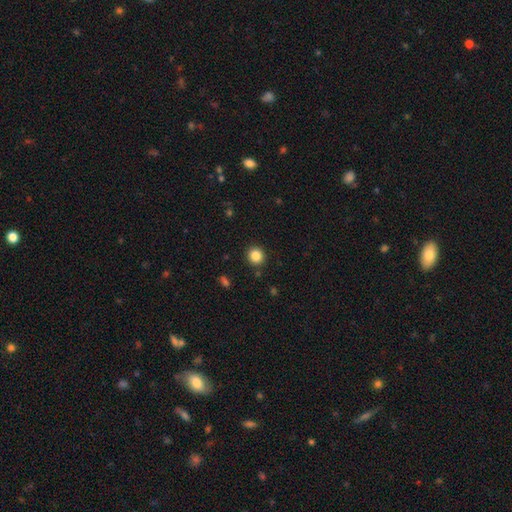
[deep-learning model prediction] The model was most divided on "smooth or featured": smooth: 85%, star or artifact: 11%, featured or disk: 4%. More confident: how rounded — round (91%); merging — none (91%).